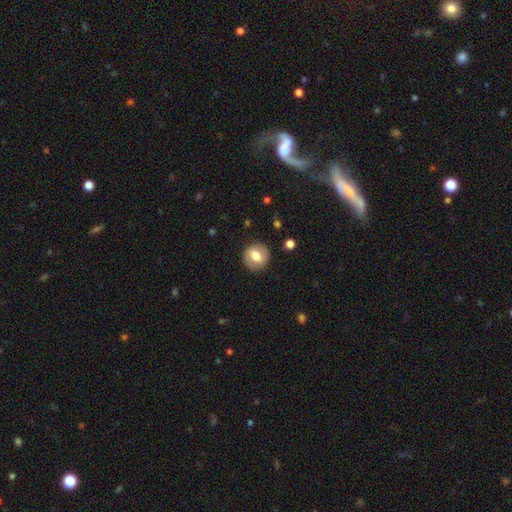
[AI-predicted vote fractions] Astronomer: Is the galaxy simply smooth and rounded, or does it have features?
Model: smooth — 62%.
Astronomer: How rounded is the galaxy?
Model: round — 80%.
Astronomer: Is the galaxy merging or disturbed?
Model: none — 86%.